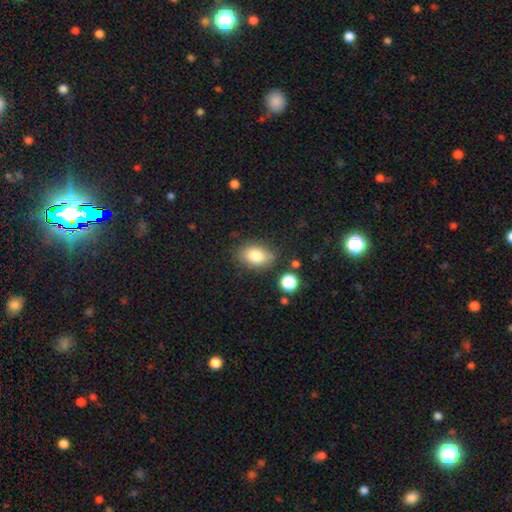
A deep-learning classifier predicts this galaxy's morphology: smooth 80%, featured or disk 11%, star or artifact 9%. Down the decision tree: how rounded — in between (82%); merging — none (76%).